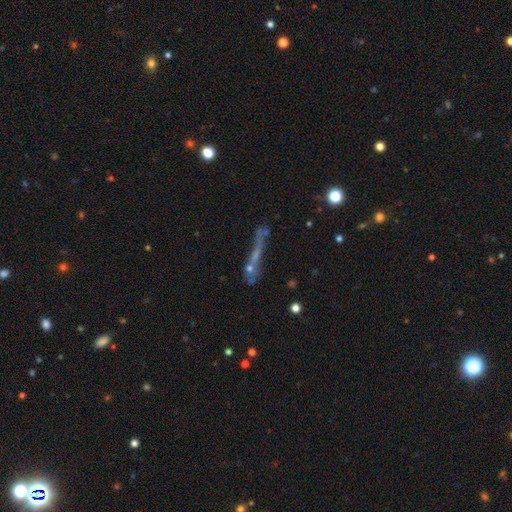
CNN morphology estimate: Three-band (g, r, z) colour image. It shows a featured or disk galaxy (43%). Merging: none (42%).